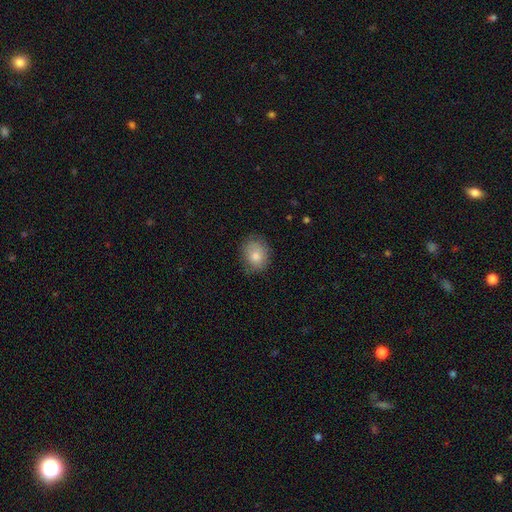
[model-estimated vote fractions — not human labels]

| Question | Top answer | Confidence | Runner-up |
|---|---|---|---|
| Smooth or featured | smooth | 79% | featured or disk (12%) |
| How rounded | round | 61% | in between (38%) |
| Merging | none | 75% | minor disturbance (19%) |